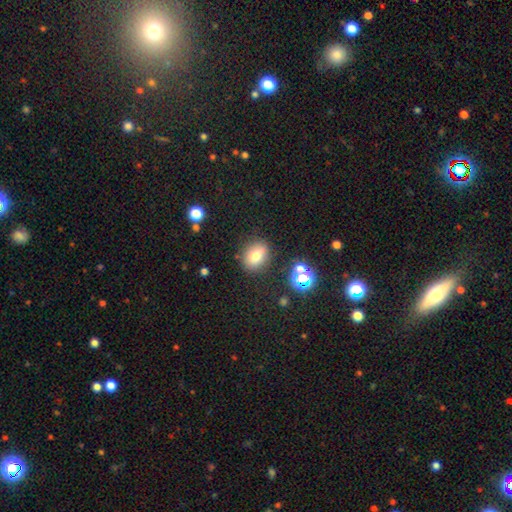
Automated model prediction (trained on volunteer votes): Smooth or featured?
  - smooth: 74% *
  - star or artifact: 14%
  - featured or disk: 12%
How rounded?
  - in between: 55% *
  - round: 43%
  - cigar-shaped: 2%
Merging?
  - none: 82% *
  - minor disturbance: 11%
  - merger: 4%
  - major disturbance: 3%